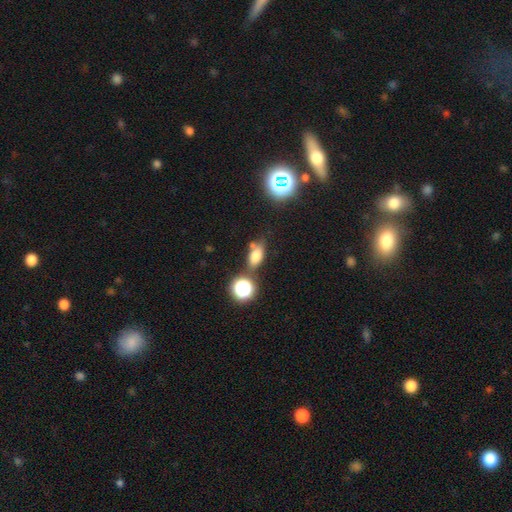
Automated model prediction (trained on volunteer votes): Q: Smooth or featured?
A: smooth (69%); runner-up: star or artifact (18%)
Q: How rounded?
A: in between (74%); runner-up: round (16%)
Q: Merging?
A: none (64%); runner-up: minor disturbance (17%)